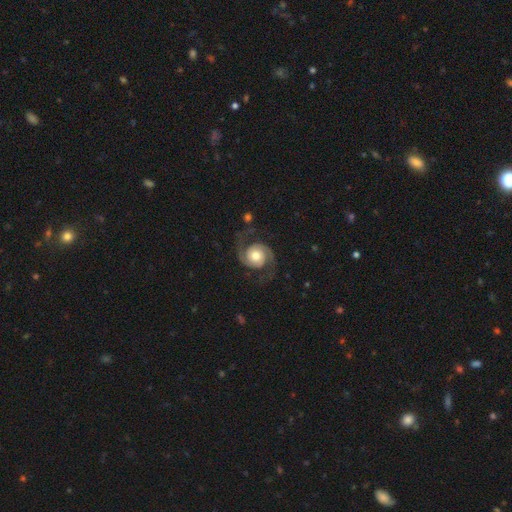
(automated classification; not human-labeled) A featured or disk galaxy (88%) with no bar (73%), 2 (94%) medium (51%) spiral arms (98%) and a moderate central bulge (63%).

Vote fractions:
- Smooth or featured? featured or disk: 88% / smooth: 7% / star or artifact: 5%
- Edge-on disk? no: 98% / yes: 2%
- Bar? no: 73% / weak: 21% / strong: 5%
- Spiral arms? yes: 98% / no: 2%
- Spiral winding? medium: 51% / tight: 26% / loose: 23%
- Spiral arm count? 2: 94% / can't tell: 2% / 1: 1% / 3: 1% / 4: 1% / more than 4: 1%
- Bulge size? moderate: 63% / large: 22% / small: 11% / dominant: 2% / none: 2%
- Merging? none: 78% / minor disturbance: 13% / major disturbance: 8% / merger: 1%